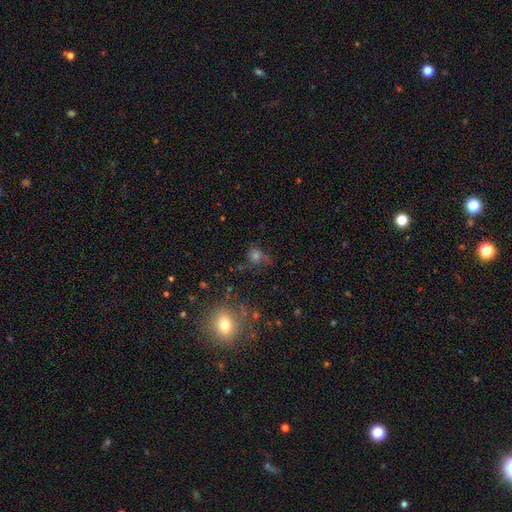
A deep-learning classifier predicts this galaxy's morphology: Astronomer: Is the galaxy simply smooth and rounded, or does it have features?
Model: smooth — 50% (runner-up: star or artifact, 31%).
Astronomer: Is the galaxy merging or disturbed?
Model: none — 59%.